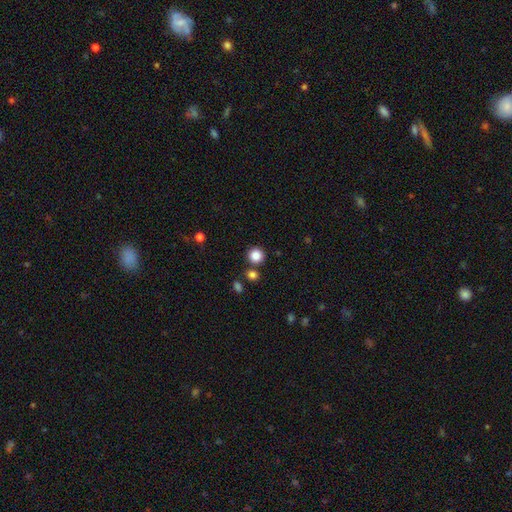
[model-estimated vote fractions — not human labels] Smooth or featured: smooth — 86% (star or artifact — 11%)
How rounded: round — 94% (in between — 5%)
Merging: none — 85% (merger — 7%)